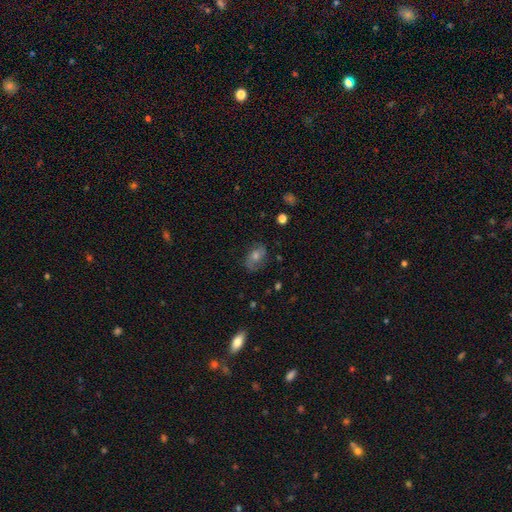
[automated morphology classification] type=featured or disk (56%); edge-on=no (95%); bar=no (67%); spiral arms=yes (83%); bulge=moderate (63%); merging=none (77%).